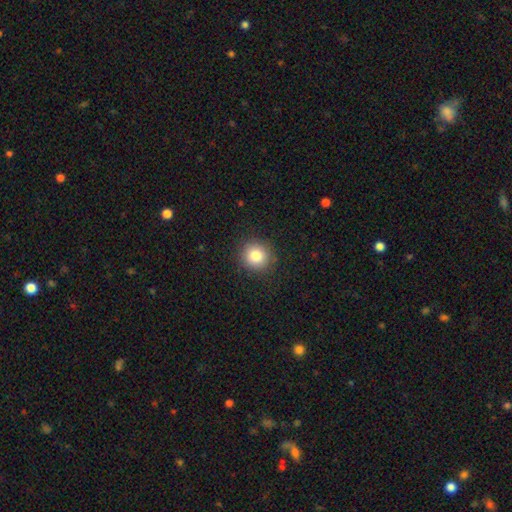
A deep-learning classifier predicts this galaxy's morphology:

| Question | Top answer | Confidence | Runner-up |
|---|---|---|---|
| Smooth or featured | smooth | 83% | star or artifact (11%) |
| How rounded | round | 89% | in between (10%) |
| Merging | none | 89% | minor disturbance (8%) |